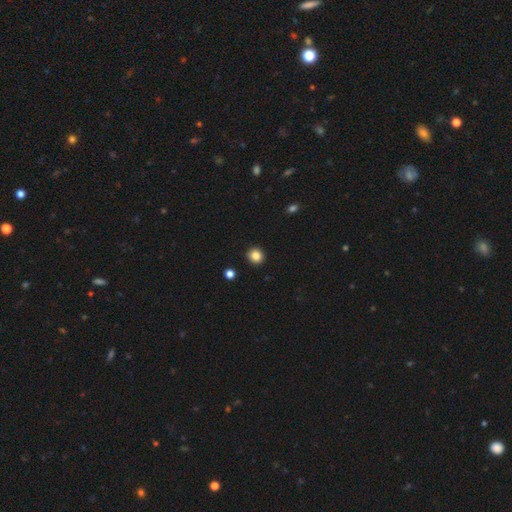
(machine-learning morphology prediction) smooth_or_featured: smooth (p=0.85) [alt: star or artifact p=0.11]
how_rounded: round (p=0.91) [alt: in between p=0.08]
merging: none (p=0.93) [alt: minor disturbance p=0.05]